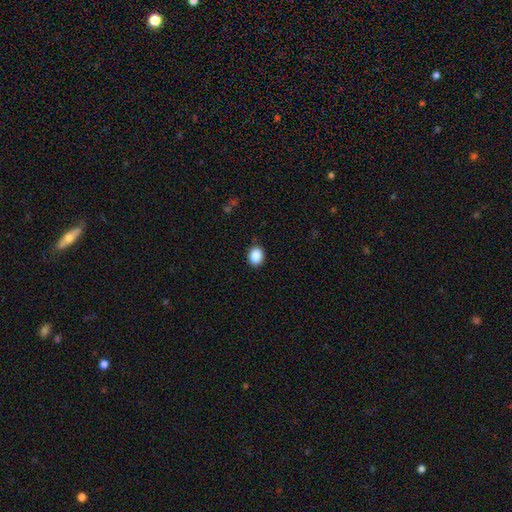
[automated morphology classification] Smooth or featured? Predicted: smooth (p=0.89). How rounded? Predicted: in between (p=0.52). Merging? Predicted: none (p=0.89).